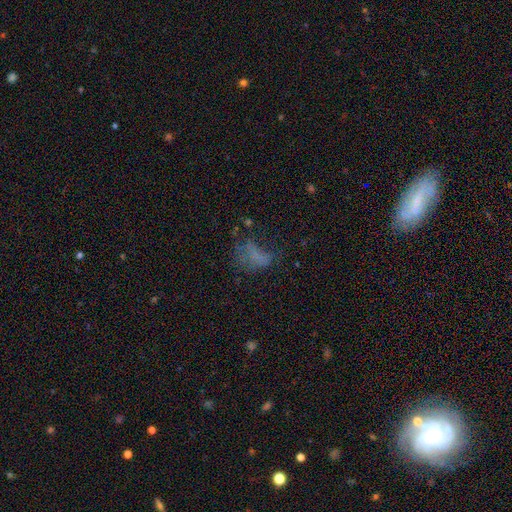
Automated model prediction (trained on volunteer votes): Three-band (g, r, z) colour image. It shows a smooth galaxy with no disk features (47%). Merging: major disturbance (39%).